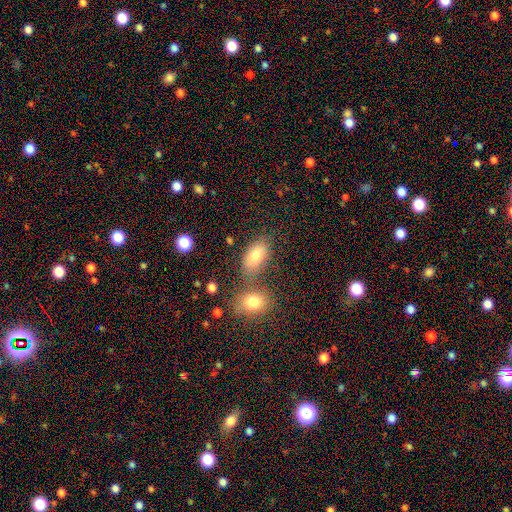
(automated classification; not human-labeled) A smooth galaxy with no disk features (78%) that is in between round and cigar-shaped (89%).

Vote fractions:
- Smooth or featured? smooth: 78% / featured or disk: 11% / star or artifact: 11%
- How rounded? in between: 89% / round: 7% / cigar-shaped: 3%
- Merging? none: 59% / merger: 23% / minor disturbance: 13% / major disturbance: 5%